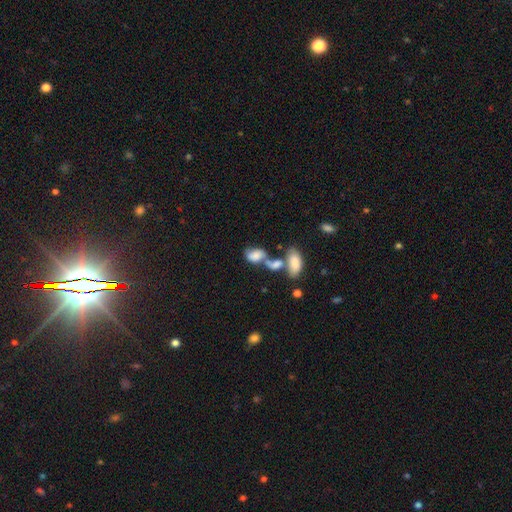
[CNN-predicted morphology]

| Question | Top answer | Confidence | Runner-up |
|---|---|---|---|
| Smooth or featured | smooth | 73% | featured or disk (18%) |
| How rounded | in between | 90% | round (7%) |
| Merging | merger | 53% | none (23%) |